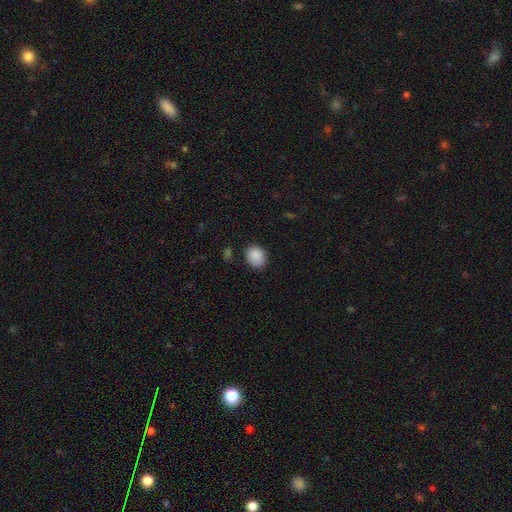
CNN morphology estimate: The model was most divided on "how rounded": round: 53%, in between: 46%, cigar-shaped: 1%. More confident: smooth or featured — smooth (89%); merging — none (81%).